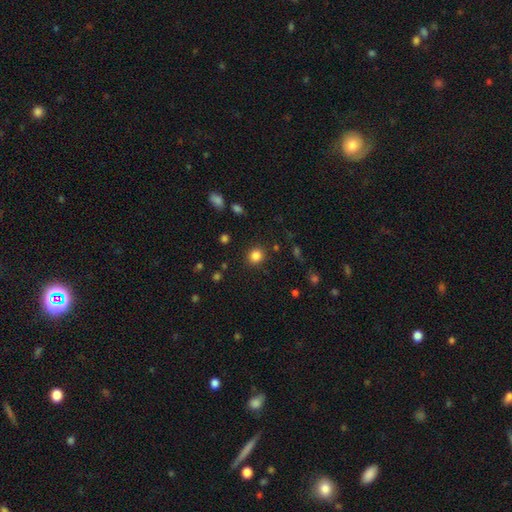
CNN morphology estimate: This is clearly a smooth galaxy (84%). How rounded: clearly round (83%). Merging: clearly none (89%).